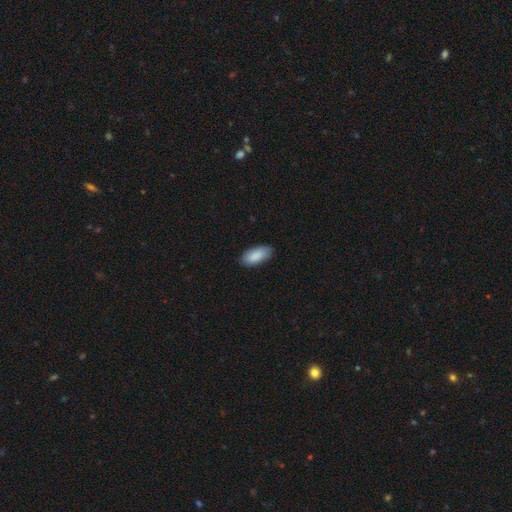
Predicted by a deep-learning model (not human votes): smooth_or_featured: smooth (p=0.89) [alt: featured or disk p=0.06]
how_rounded: in between (p=0.91) [alt: cigar-shaped p=0.07]
merging: none (p=0.84) [alt: minor disturbance p=0.13]